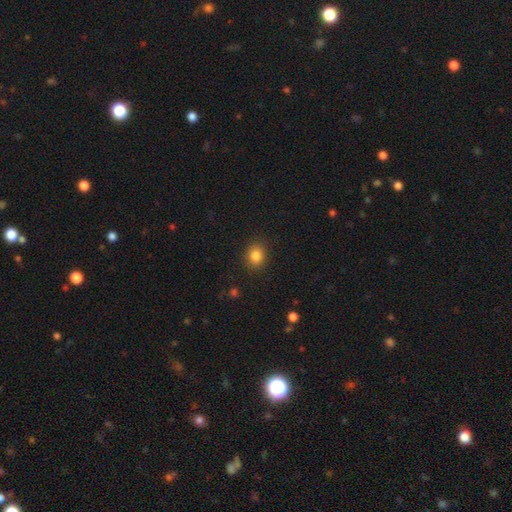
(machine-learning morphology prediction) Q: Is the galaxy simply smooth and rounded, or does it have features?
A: smooth — 84%.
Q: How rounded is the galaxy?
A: round — 70%.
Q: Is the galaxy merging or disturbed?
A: none — 88%.